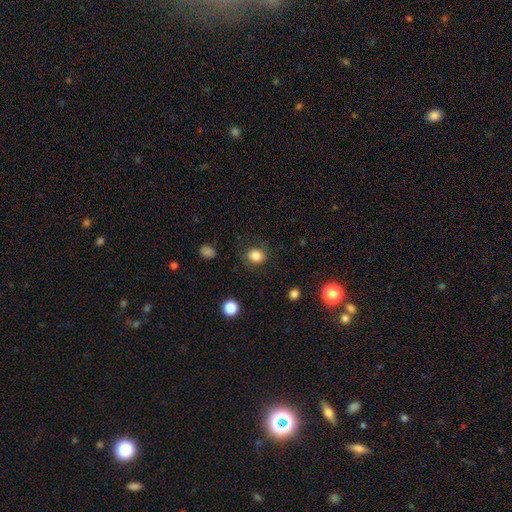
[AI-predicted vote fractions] This is clearly a smooth galaxy (83%). How rounded: likely round (77%). Merging: clearly none (82%).